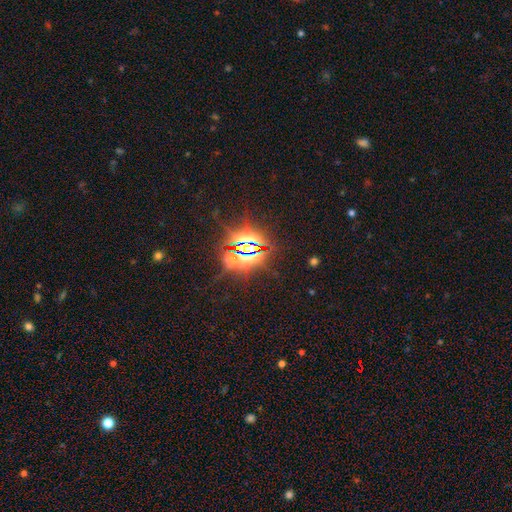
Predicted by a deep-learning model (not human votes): star or artifact 83%, smooth 9%, featured or disk 7%.